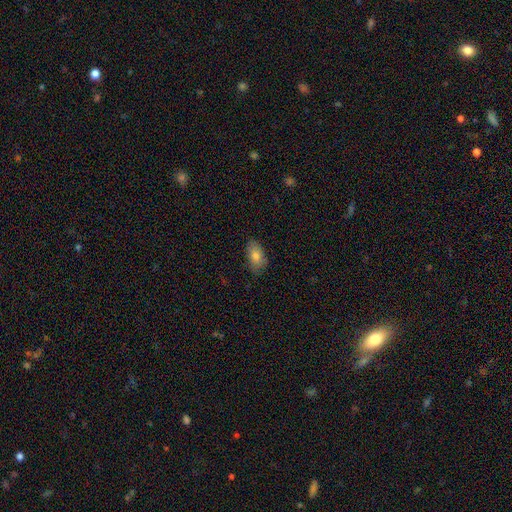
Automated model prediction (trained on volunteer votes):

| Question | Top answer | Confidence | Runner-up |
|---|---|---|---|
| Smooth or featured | smooth | 79% | featured or disk (13%) |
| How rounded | in between | 91% | round (5%) |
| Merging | none | 81% | minor disturbance (15%) |